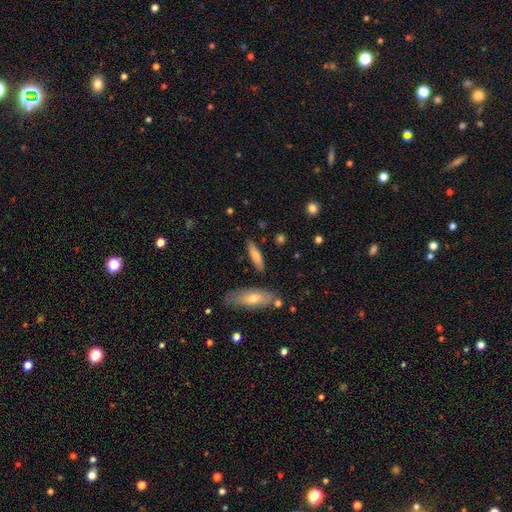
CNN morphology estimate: smooth-or-featured: smooth: 72% | featured or disk: 22% | star or artifact: 6%
  how-rounded: cigar-shaped: 67% | in between: 31% | round: 3%
  merging: none: 80% | minor disturbance: 12% | merger: 5% | major disturbance: 3%